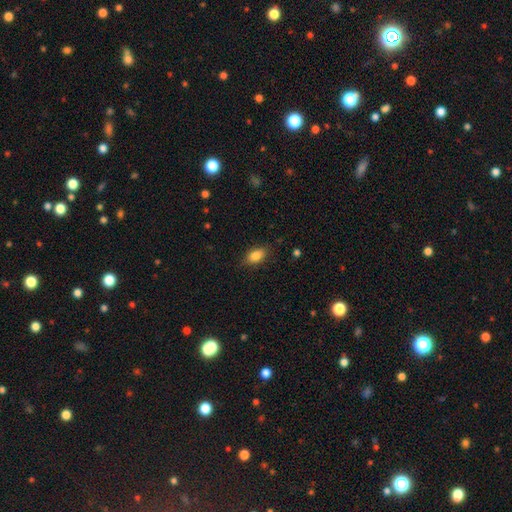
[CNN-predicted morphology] smooth_or_featured: smooth (p=0.85) [alt: star or artifact p=0.08]
how_rounded: in between (p=0.88) [alt: round p=0.08]
merging: none (p=0.82) [alt: minor disturbance p=0.14]